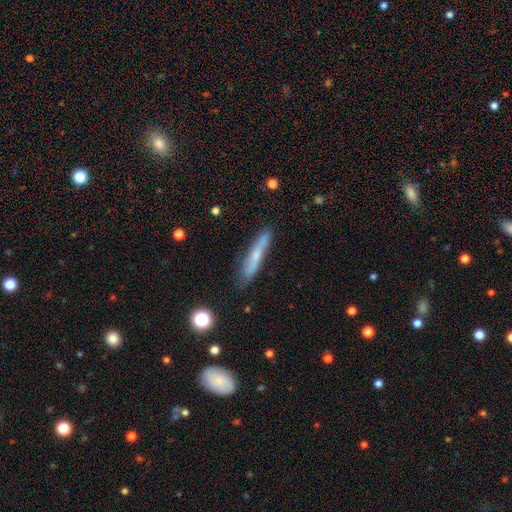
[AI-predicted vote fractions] smooth_or_featured: smooth (p=0.53) [alt: featured or disk p=0.40]
how_rounded: cigar-shaped (p=0.91) [alt: in between p=0.07]
merging: none (p=0.80) [alt: minor disturbance p=0.15]